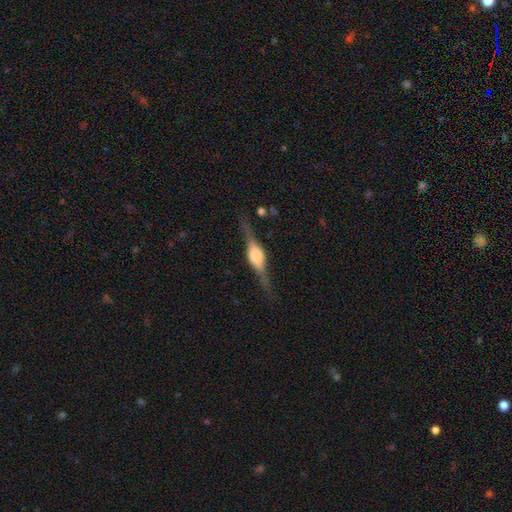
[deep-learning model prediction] Smooth or featured?
  - featured or disk: 80% *
  - smooth: 14%
  - star or artifact: 6%
Edge-on disk?
  - yes: 97% *
  - no: 3%
Edge-on bulge?
  - rounded: 86% *
  - boxy: 12%
  - none: 2%
Merging?
  - none: 83% *
  - minor disturbance: 12%
  - major disturbance: 4%
  - merger: 1%